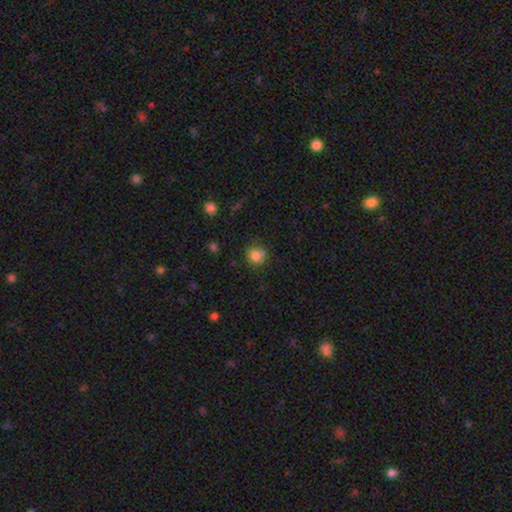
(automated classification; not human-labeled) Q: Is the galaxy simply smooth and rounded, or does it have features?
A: smooth — 82%.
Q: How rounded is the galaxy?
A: round — 83%.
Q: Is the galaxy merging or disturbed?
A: none — 69%.